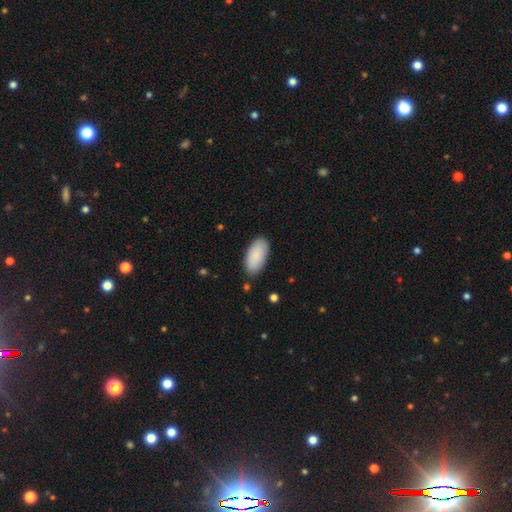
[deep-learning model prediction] Smooth or featured: smooth — 89% (star or artifact — 6%)
How rounded: in between — 94% (cigar-shaped — 4%)
Merging: none — 86% (minor disturbance — 11%)